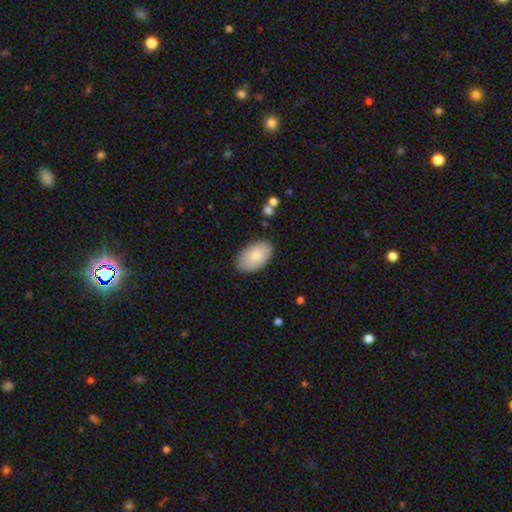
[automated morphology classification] The model was most divided on "smooth or featured": smooth: 81%, featured or disk: 13%, star or artifact: 6%. More confident: how rounded — in between (95%); merging — none (85%).